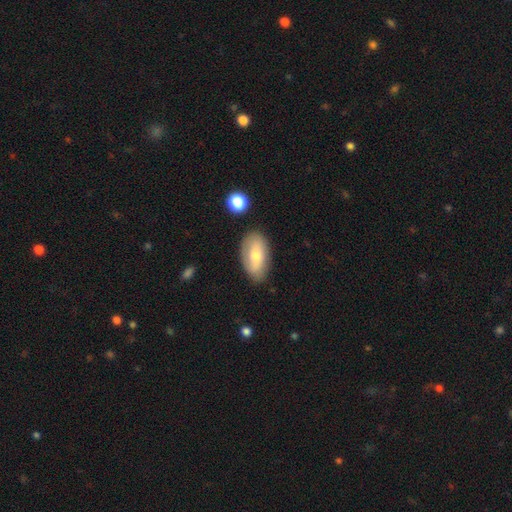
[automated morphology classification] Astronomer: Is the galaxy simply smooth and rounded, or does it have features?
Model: smooth — 64%.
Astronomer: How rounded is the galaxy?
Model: in between — 93%.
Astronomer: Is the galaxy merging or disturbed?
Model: none — 75%.